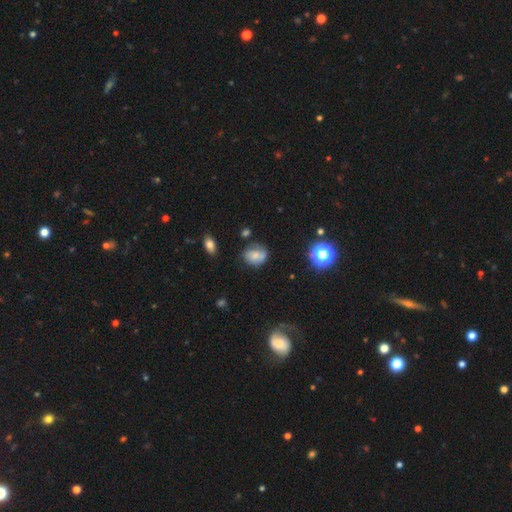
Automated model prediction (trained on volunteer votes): A smooth galaxy with no disk features (60%) that is round (54%).

Vote fractions:
- Smooth or featured? smooth: 60% / featured or disk: 27% / star or artifact: 13%
- How rounded? round: 54% / in between: 45% / cigar-shaped: 1%
- Merging? none: 54% / minor disturbance: 29% / major disturbance: 11% / merger: 6%